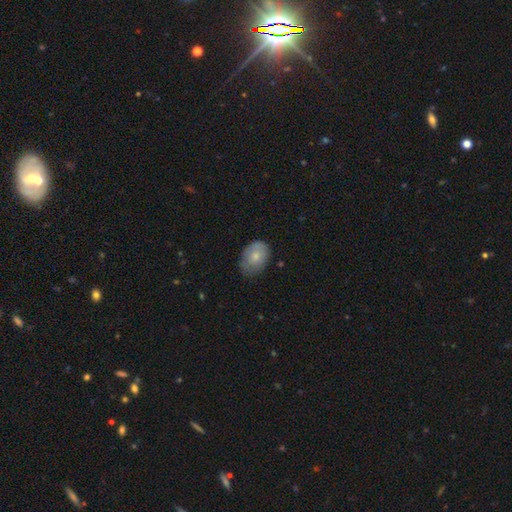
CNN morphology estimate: This is likely a smooth galaxy (72%). How rounded: likely in between (76%). Merging: likely none (62%).